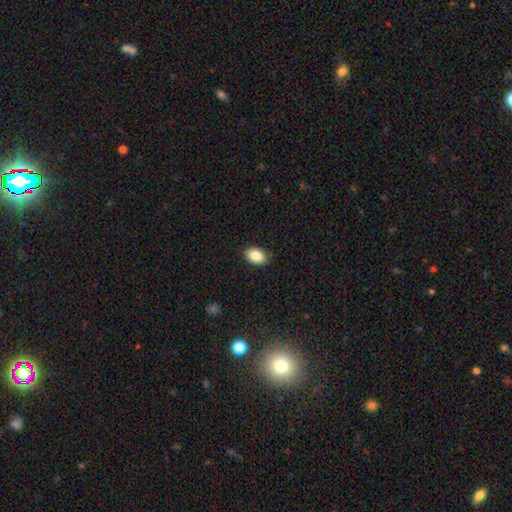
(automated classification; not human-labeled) Q: Smooth or featured?
A: smooth (87%); runner-up: star or artifact (7%)
Q: How rounded?
A: in between (87%); runner-up: round (12%)
Q: Merging?
A: none (86%); runner-up: minor disturbance (11%)